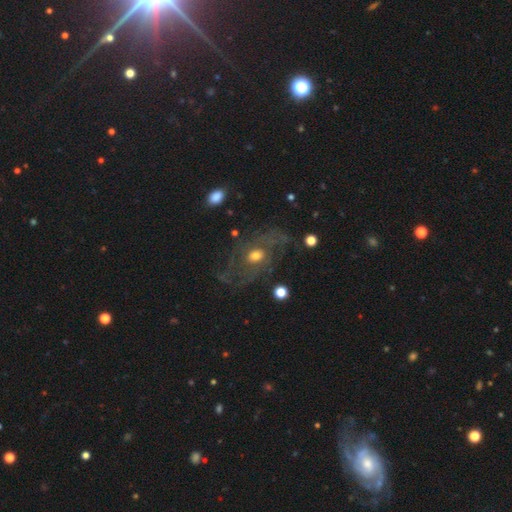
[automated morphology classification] featured or disk 76%, smooth 14%, star or artifact 10%. Down the decision tree: edge-on disk — no (95%); bar — no (73%); spiral arms — yes (79%); spiral arm count — can't tell (42%); spiral winding — medium (41%); bulge size — moderate (60%); merging — none (61%).